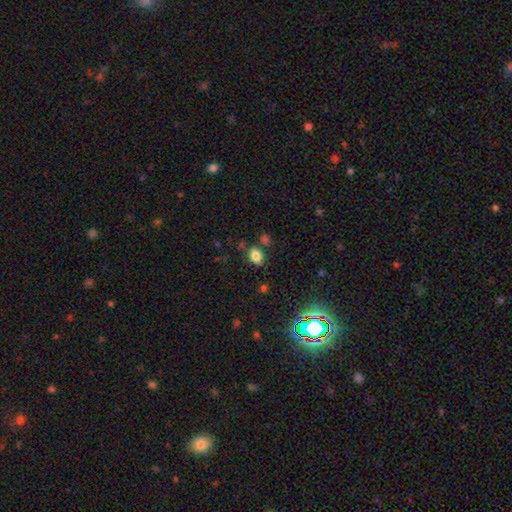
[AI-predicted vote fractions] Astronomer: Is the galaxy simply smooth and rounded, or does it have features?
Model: smooth — 81%.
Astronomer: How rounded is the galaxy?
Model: in between — 81%.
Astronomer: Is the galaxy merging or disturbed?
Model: none — 75%.